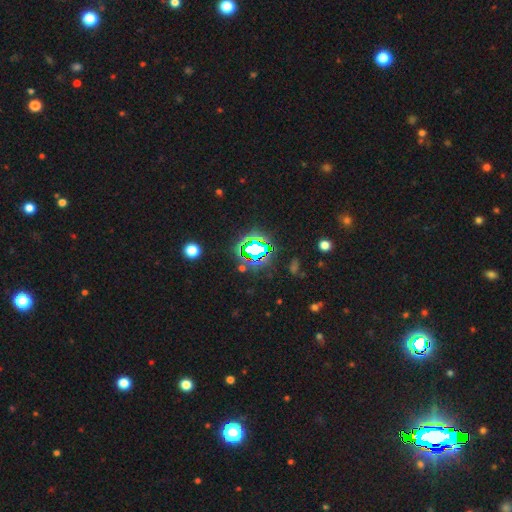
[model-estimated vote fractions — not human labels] The model was most divided on "smooth or featured": star or artifact: 75%, smooth: 15%, featured or disk: 10%.